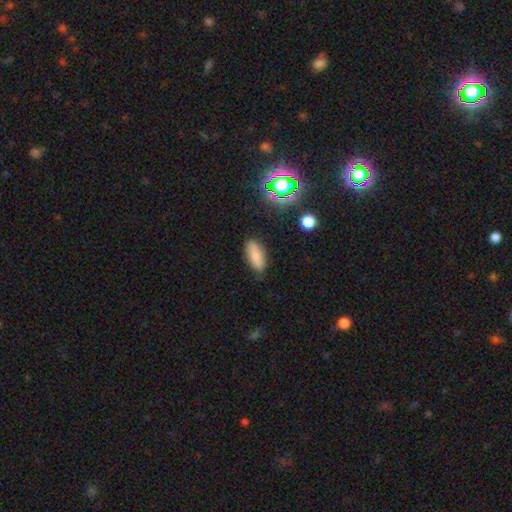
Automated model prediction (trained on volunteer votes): Overall: smooth (77%). How rounded: in between (80%). Merging: none (79%).